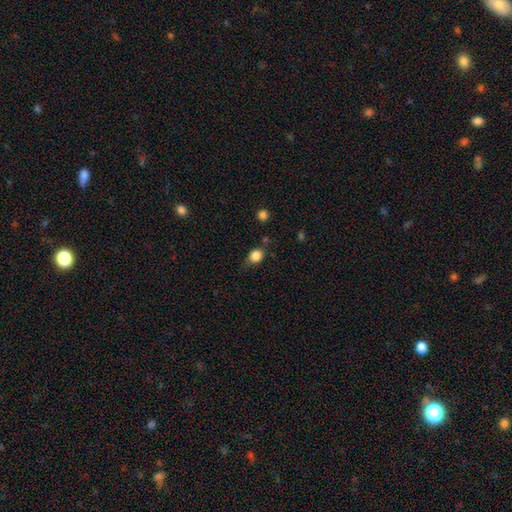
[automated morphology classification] Smooth or featured: smooth — 84% (star or artifact — 10%)
How rounded: round — 57% (in between — 42%)
Merging: none — 62% (minor disturbance — 26%)